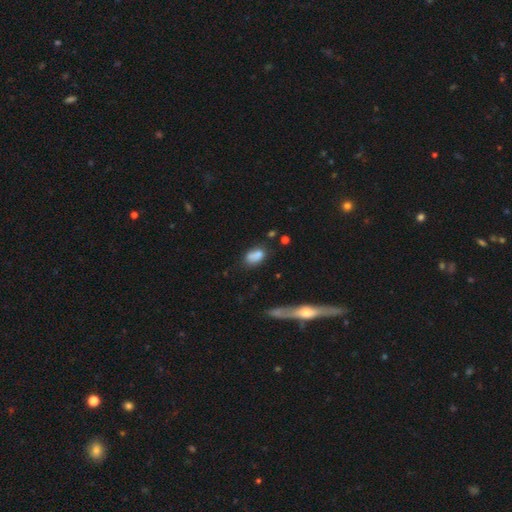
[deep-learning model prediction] Smooth or featured: smooth — 80% (star or artifact — 10%)
How rounded: in between — 87% (round — 10%)
Merging: none — 59% (minor disturbance — 24%)